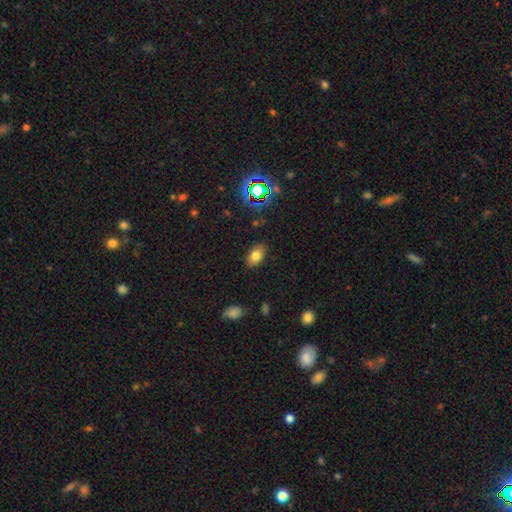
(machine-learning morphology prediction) A smooth galaxy with no disk features (77%) that is in between round and cigar-shaped (88%). Merging: none (86%).